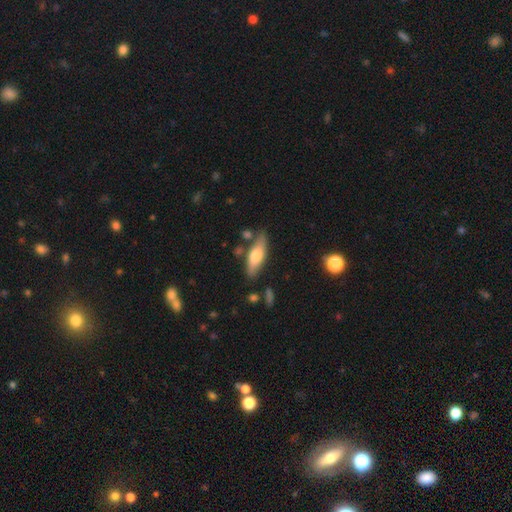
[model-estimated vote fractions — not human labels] This is likely a smooth galaxy (61%). How rounded: possibly in between (56%). Merging: likely none (74%).